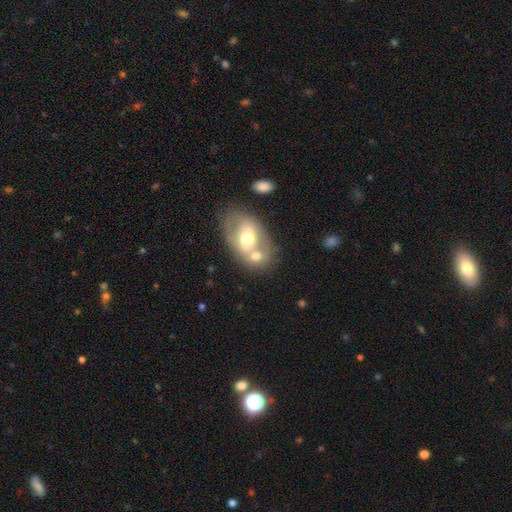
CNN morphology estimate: Overall: featured or disk (47%; smooth 45%). Merging: none (43%; merger 37%).